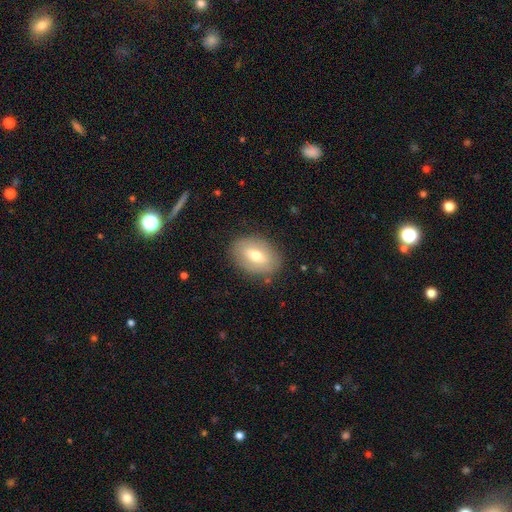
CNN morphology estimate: Overall: smooth (62%; featured or disk 31%). How rounded: in between (83%). Merging: none (84%).